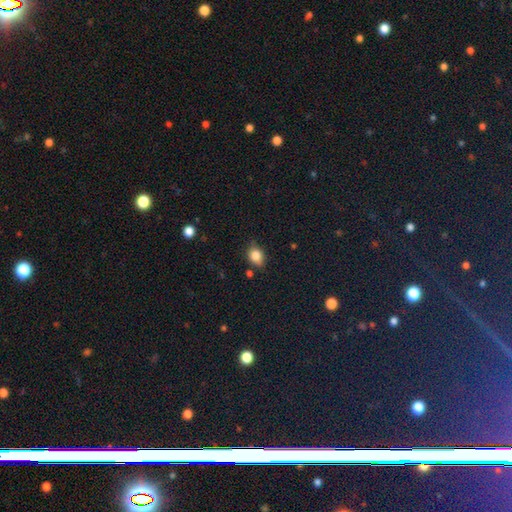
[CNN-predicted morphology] This appears to be a smooth galaxy with no disk features (81%) that is in between round and cigar-shaped (54%). Merging: none (71%).